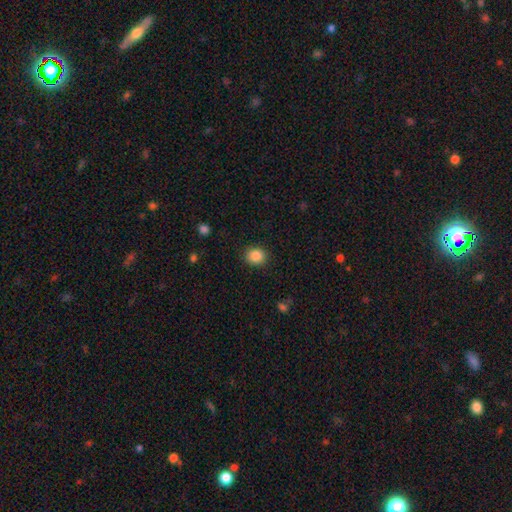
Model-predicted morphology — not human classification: This appears to be a smooth galaxy with no disk features (87%) that is round (70%). Merging: none (89%).